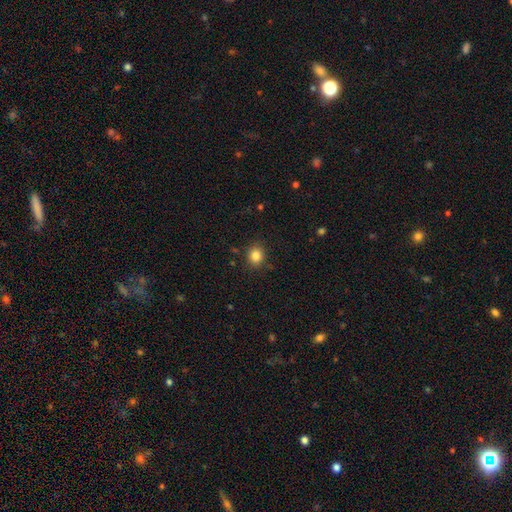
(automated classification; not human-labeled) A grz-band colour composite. It shows a smooth galaxy with no disk features (84%) that is round (73%). Merging: none (86%).